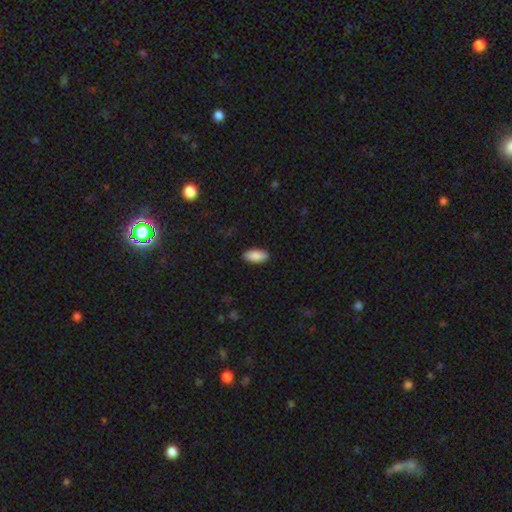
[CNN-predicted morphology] Smooth or featured? smooth (89%)
How rounded? in between (90%)
Merging? none (89%)